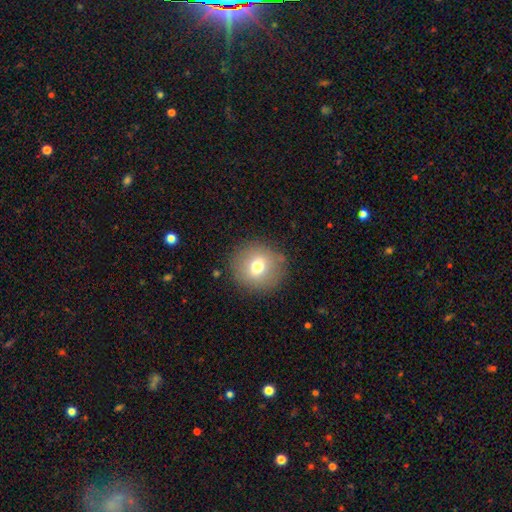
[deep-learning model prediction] The model was most divided on "smooth or featured": smooth: 44%, star or artifact: 32%, featured or disk: 24%. More confident: merging — none (88%).